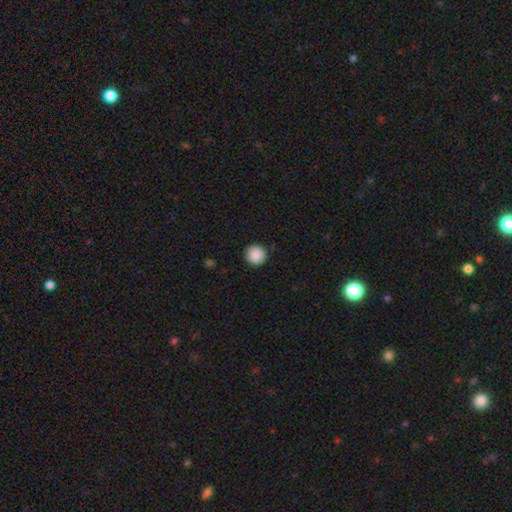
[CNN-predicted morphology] smooth 89%, star or artifact 8%, featured or disk 3%. Down the decision tree: how rounded — round (96%); merging — none (92%).